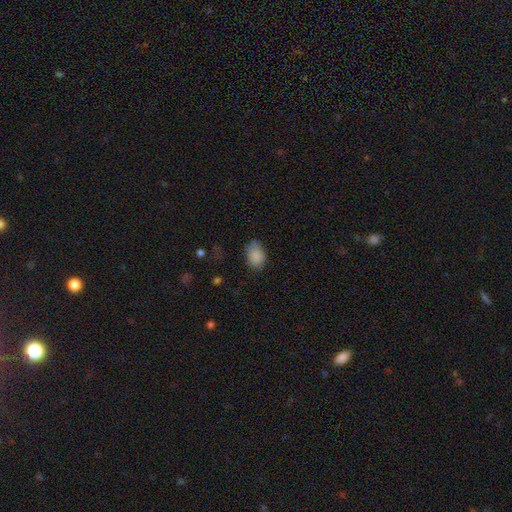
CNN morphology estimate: Smooth or featured? smooth (86%)
How rounded? in between (76%)
Merging? none (69%)